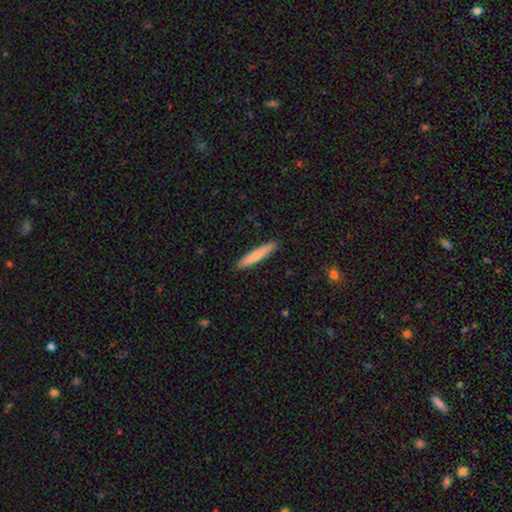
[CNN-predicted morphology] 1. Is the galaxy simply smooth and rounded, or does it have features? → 75% smooth, 20% featured or disk, 5% star or artifact.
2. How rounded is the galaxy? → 94% cigar-shaped, 5% in between, 1% round.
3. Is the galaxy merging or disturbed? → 90% none, 7% minor disturbance, 1% major disturbance, 1% merger.